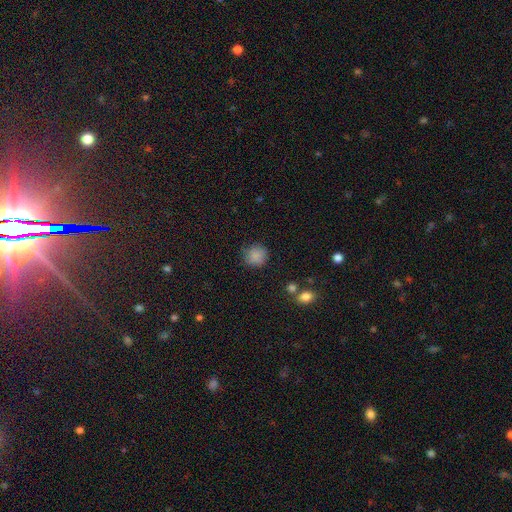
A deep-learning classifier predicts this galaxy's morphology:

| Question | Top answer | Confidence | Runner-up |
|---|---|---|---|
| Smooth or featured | smooth | 85% | star or artifact (10%) |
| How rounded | round | 88% | in between (11%) |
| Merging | none | 77% | minor disturbance (16%) |